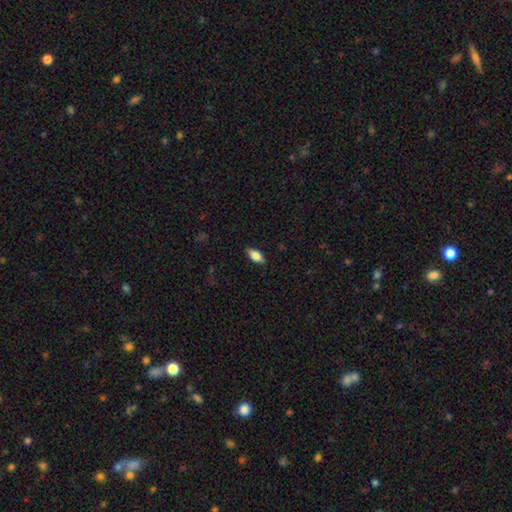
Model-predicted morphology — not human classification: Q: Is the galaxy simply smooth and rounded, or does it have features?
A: smooth — 79%.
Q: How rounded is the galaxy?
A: in between — 87%.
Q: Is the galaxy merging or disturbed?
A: none — 87%.